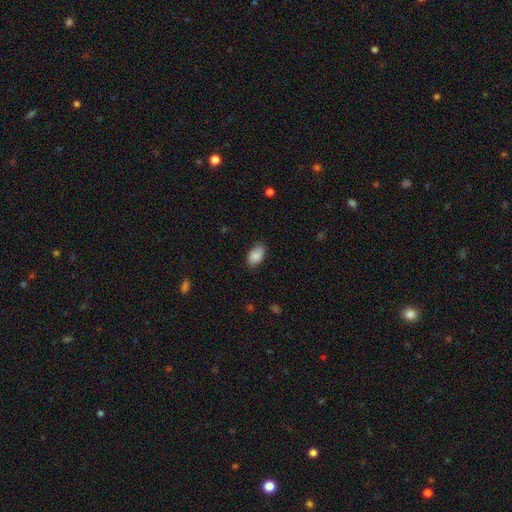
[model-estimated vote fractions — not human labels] This is clearly a smooth galaxy (87%). How rounded: clearly in between (92%). Merging: clearly none (80%).